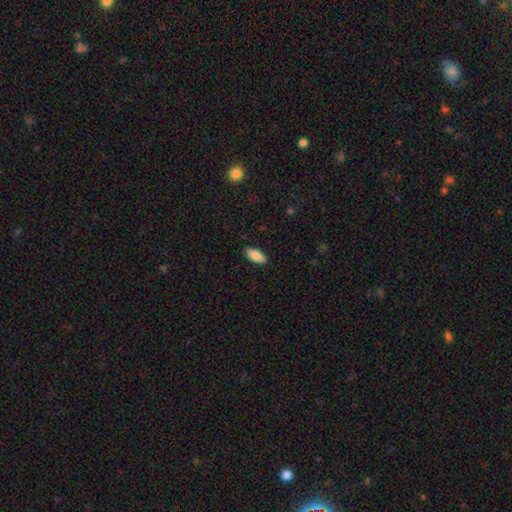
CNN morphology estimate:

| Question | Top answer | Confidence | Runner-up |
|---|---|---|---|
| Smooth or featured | smooth | 87% | featured or disk (7%) |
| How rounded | in between | 82% | cigar-shaped (16%) |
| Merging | none | 89% | minor disturbance (8%) |